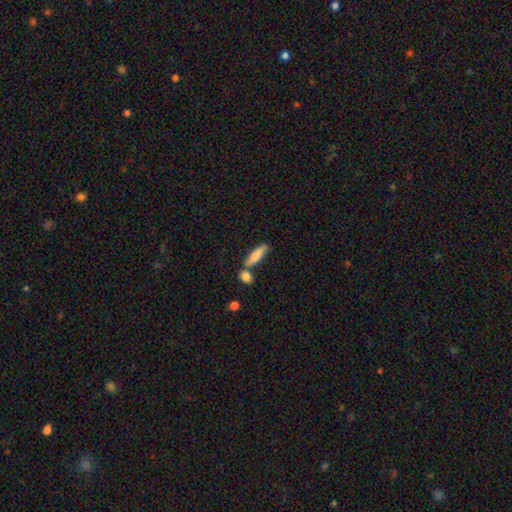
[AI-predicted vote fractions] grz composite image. It shows a smooth galaxy with no disk features (70%) that is cigar-shaped (67%). Merging: none (62%).